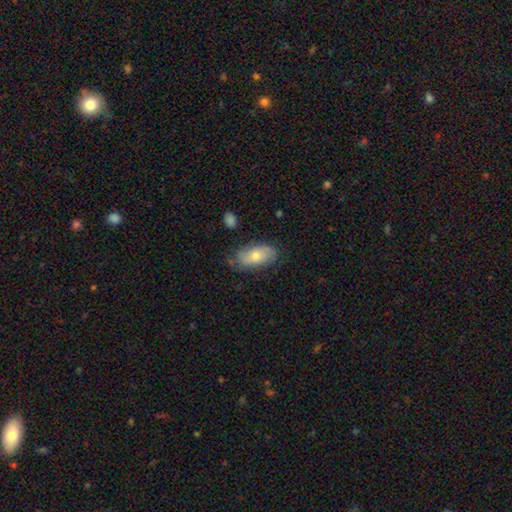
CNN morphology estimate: Smooth or featured? smooth (68%)
How rounded? in between (92%)
Merging? none (71%)